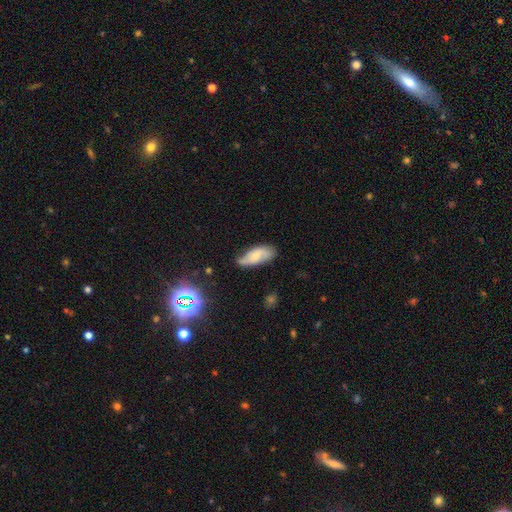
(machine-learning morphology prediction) Smooth or featured? smooth (51%)
How rounded? in between (83%)
Merging? none (58%)